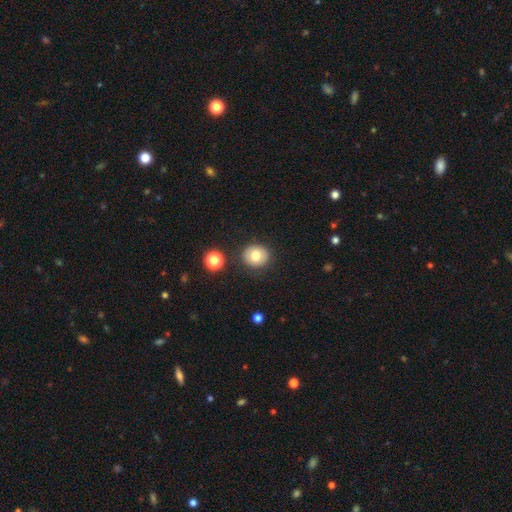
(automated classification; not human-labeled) Smooth or featured: smooth — 75% (featured or disk — 15%)
How rounded: round — 82% (in between — 17%)
Merging: none — 87% (minor disturbance — 8%)